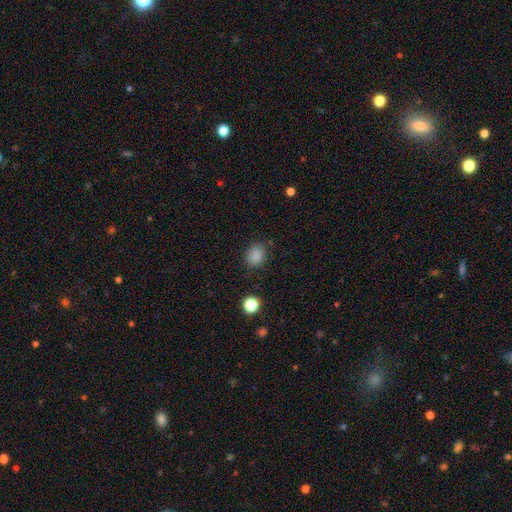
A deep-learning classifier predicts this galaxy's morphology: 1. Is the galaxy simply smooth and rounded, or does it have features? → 86% smooth, 11% star or artifact, 3% featured or disk.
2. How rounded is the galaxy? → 51% in between, 48% round, 1% cigar-shaped.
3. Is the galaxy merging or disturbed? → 80% none, 14% minor disturbance, 4% major disturbance, 2% merger.